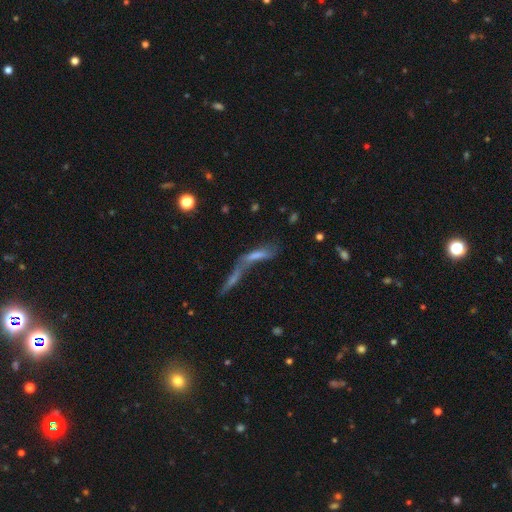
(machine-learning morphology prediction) A smooth galaxy with no disk features (44%).

Vote fractions:
- Smooth or featured? smooth: 44% / featured or disk: 38% / star or artifact: 18%
- Merging? merger: 68% / none: 16% / major disturbance: 10% / minor disturbance: 7%